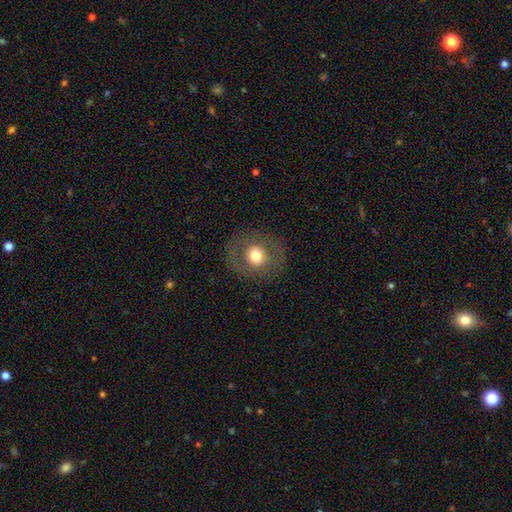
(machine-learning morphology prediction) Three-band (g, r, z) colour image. It shows a smooth galaxy with no disk features (62%) that is round (87%). Merging: none (83%).